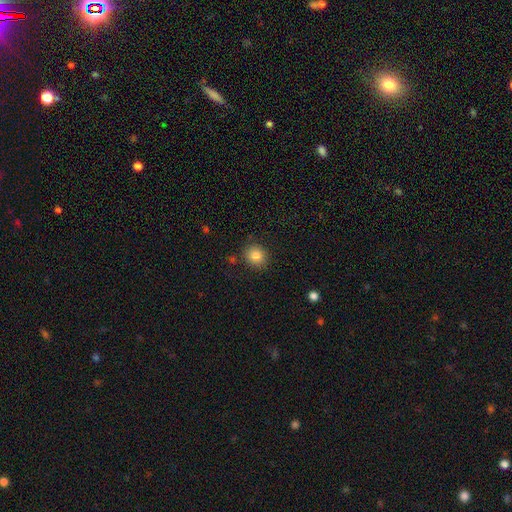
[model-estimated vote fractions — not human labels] Overall: smooth (84%). How rounded: round (80%). Merging: none (86%).